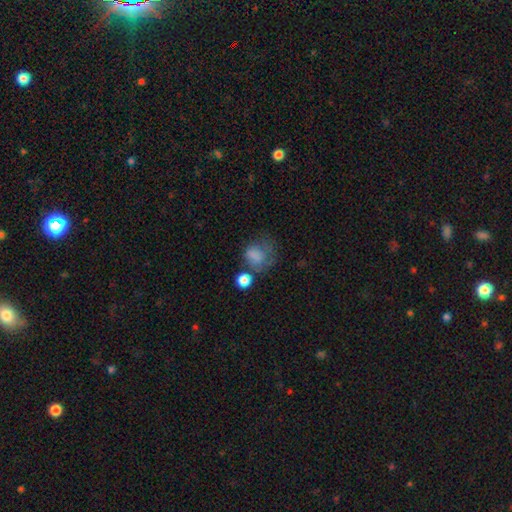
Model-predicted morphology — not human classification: Smooth or featured: smooth — 75% (featured or disk — 15%)
How rounded: round — 64% (in between — 35%)
Merging: none — 33% (major disturbance — 29%)